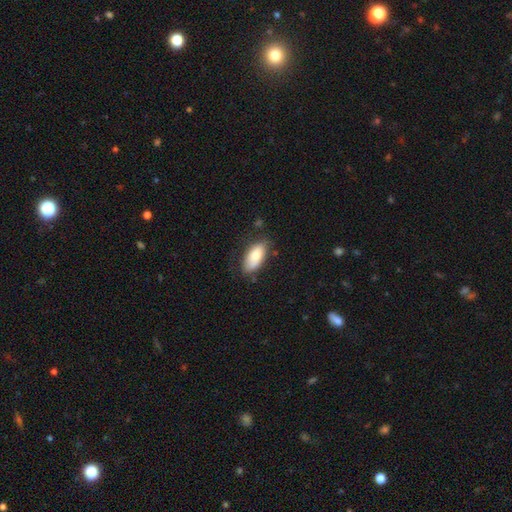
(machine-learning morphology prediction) Smooth or featured? Predicted: smooth (p=0.79). How rounded? Predicted: in between (p=0.90). Merging? Predicted: none (p=0.74).